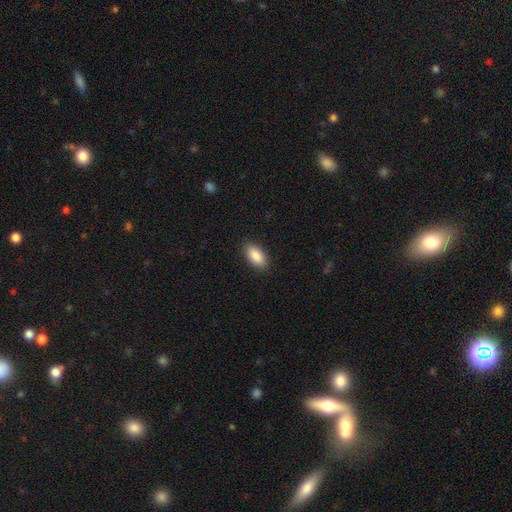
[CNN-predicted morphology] smooth-or-featured: smooth: 90% | star or artifact: 6% | featured or disk: 4%
  how-rounded: in between: 92% | cigar-shaped: 5% | round: 3%
  merging: none: 89% | minor disturbance: 8% | major disturbance: 2% | merger: 1%